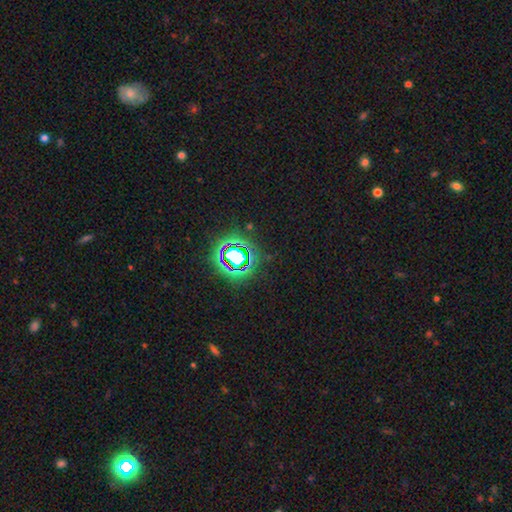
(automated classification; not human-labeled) A star or artifact, not a galaxy (78%).

Vote fractions:
- Smooth or featured? star or artifact: 78% / smooth: 14% / featured or disk: 9%